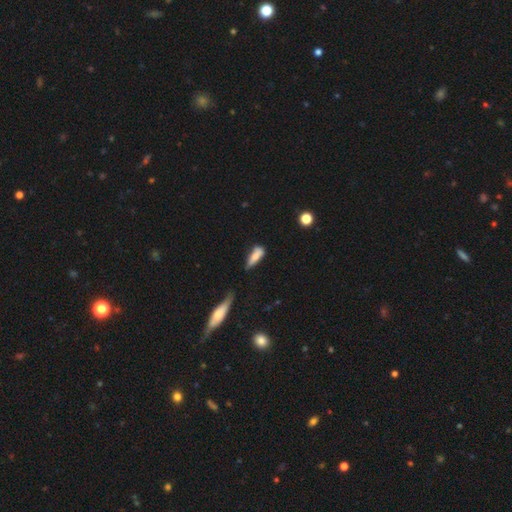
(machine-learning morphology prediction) smooth_or_featured: smooth (p=0.71) [alt: featured or disk p=0.21]
how_rounded: in between (p=0.61) [alt: cigar-shaped p=0.35]
merging: minor disturbance (p=0.40) [alt: none p=0.38]